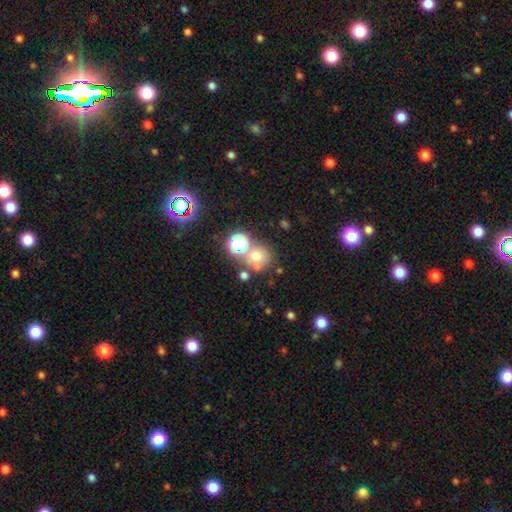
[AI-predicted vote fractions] Smooth or featured? Predicted: smooth (p=0.60). How rounded? Predicted: round (p=0.80). Merging? Predicted: none (p=0.57).